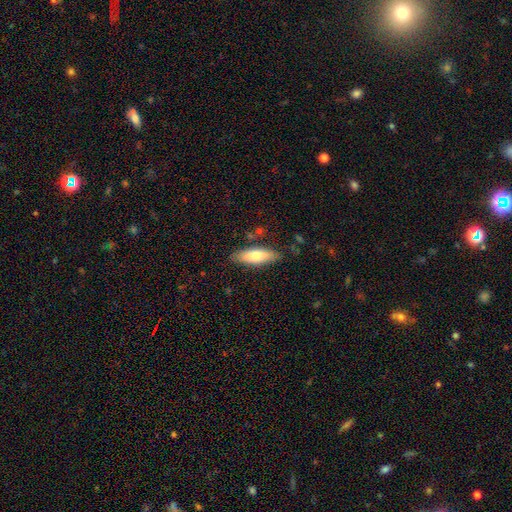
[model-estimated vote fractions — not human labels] Smooth or featured? Predicted: smooth (p=0.71). How rounded? Predicted: in between (p=0.52). Merging? Predicted: none (p=0.83).